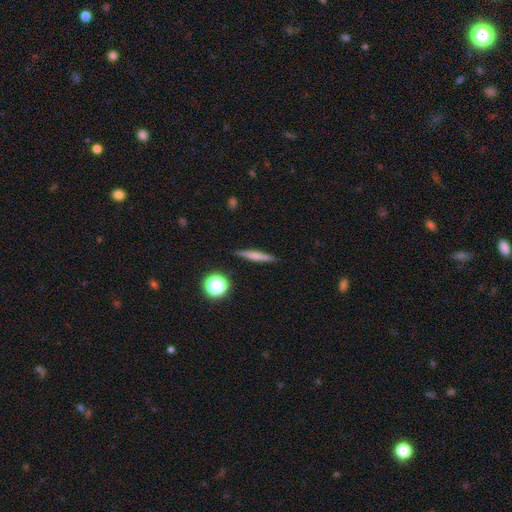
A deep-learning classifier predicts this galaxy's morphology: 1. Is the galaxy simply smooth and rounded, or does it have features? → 56% smooth, 34% featured or disk, 10% star or artifact.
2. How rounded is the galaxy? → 89% cigar-shaped, 7% in between, 4% round.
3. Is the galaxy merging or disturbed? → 88% none, 8% minor disturbance, 2% major disturbance, 2% merger.